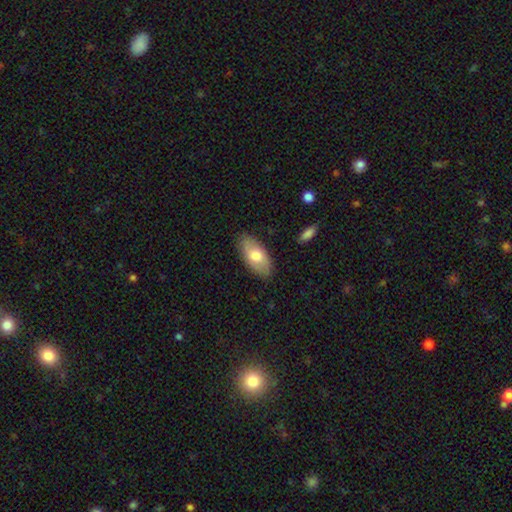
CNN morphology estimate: Smooth or featured?
  - smooth: 71% *
  - featured or disk: 23%
  - star or artifact: 6%
How rounded?
  - in between: 93% *
  - cigar-shaped: 5%
  - round: 3%
Merging?
  - none: 84% *
  - minor disturbance: 12%
  - major disturbance: 2%
  - merger: 1%